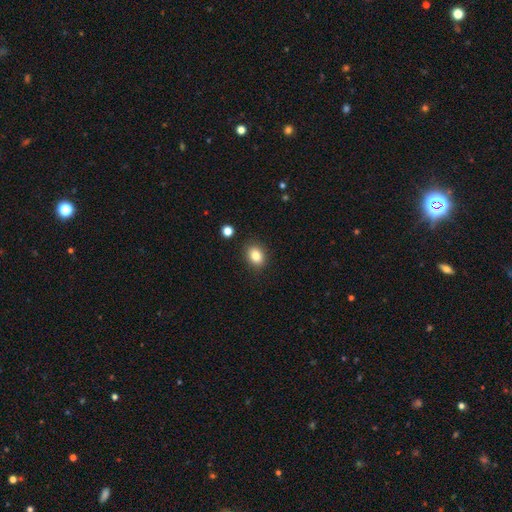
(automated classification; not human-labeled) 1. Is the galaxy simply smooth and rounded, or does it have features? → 85% smooth, 9% star or artifact, 6% featured or disk.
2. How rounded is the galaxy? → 64% in between, 35% round, 1% cigar-shaped.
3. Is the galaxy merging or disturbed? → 87% none, 9% minor disturbance, 2% major disturbance, 2% merger.